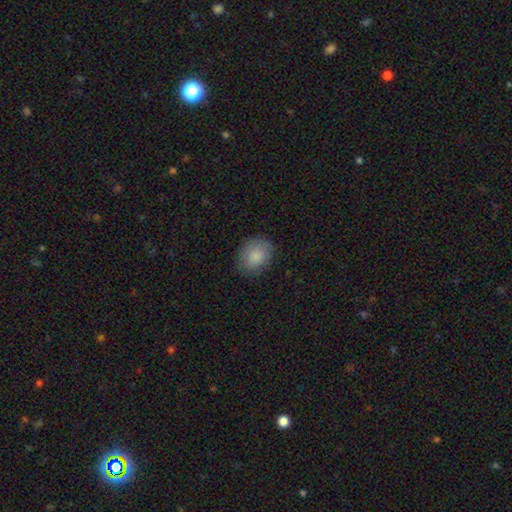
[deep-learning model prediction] Smooth or featured: smooth — 86% (featured or disk — 7%)
How rounded: in between — 57% (round — 42%)
Merging: none — 81% (minor disturbance — 14%)